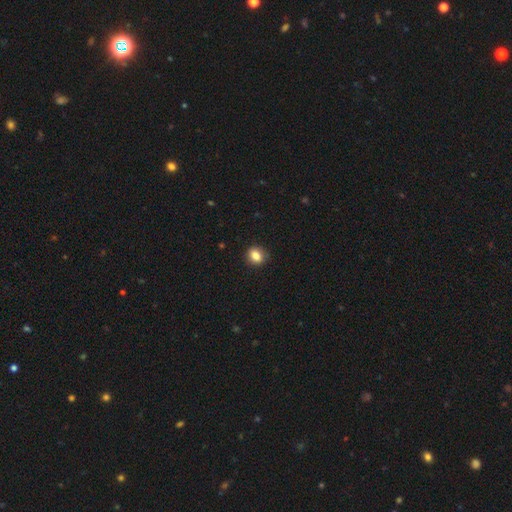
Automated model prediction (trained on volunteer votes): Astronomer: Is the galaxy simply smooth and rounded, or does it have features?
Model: smooth — 84%.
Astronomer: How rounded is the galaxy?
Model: round — 63%.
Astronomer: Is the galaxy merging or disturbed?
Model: none — 88%.